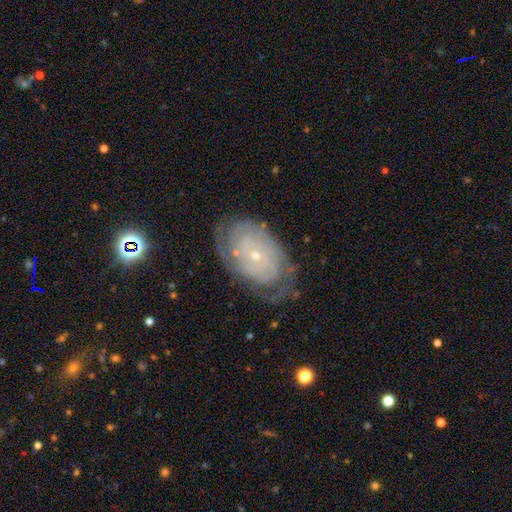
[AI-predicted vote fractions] Smooth or featured?
  - featured or disk: 80% *
  - smooth: 12%
  - star or artifact: 7%
Edge-on disk?
  - no: 96% *
  - yes: 4%
Bar?
  - no: 80% *
  - weak: 15%
  - strong: 4%
Spiral arms?
  - yes: 89% *
  - no: 11%
Spiral winding?
  - tight: 80% *
  - medium: 15%
  - loose: 5%
Spiral arm count?
  - can't tell: 50% *
  - 2: 18%
  - 3: 10%
  - 4: 9%
  - more than 4: 7%
  - 1: 5%
Bulge size?
  - small: 84% *
  - moderate: 13%
  - none: 1%
  - large: 1%
  - dominant: 1%
Merging?
  - none: 67% *
  - minor disturbance: 21%
  - major disturbance: 10%
  - merger: 2%